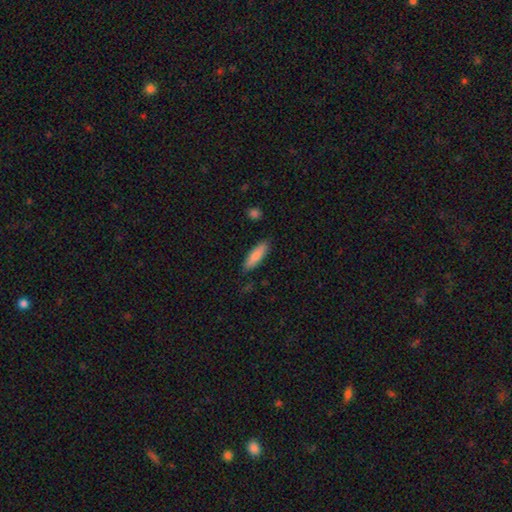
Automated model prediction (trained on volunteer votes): smooth 85%, featured or disk 9%, star or artifact 6%. Down the decision tree: how rounded — cigar-shaped (54%); merging — none (85%).